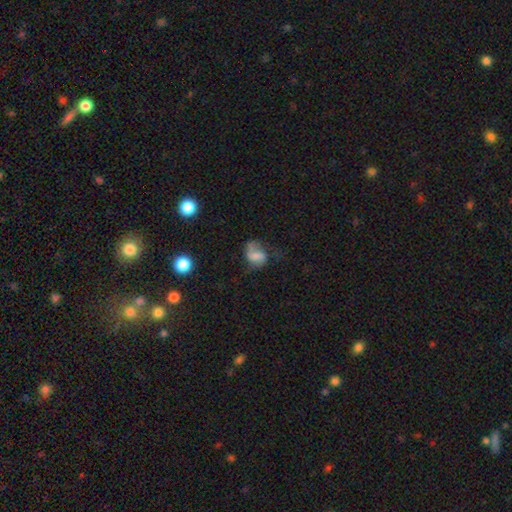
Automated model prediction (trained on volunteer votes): smooth 50%, featured or disk 40%, star or artifact 11%. Down the decision tree: merging — none (42%).